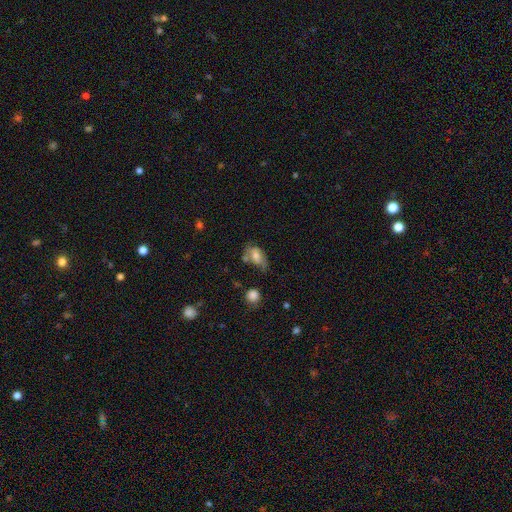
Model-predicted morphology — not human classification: Smooth or featured? Predicted: smooth (p=0.64). How rounded? Predicted: in between (p=0.86). Merging? Predicted: none (p=0.39).